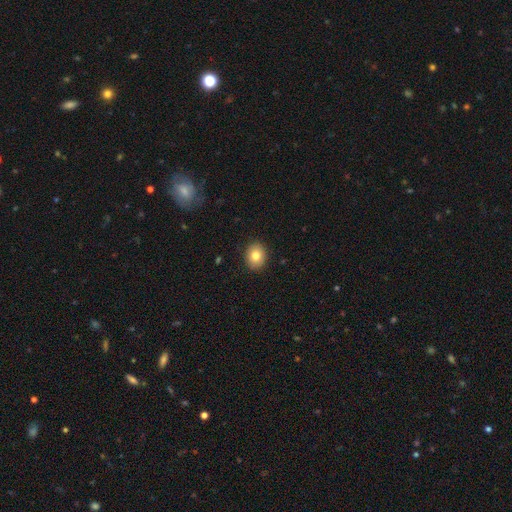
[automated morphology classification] Smooth or featured: smooth — 81% (featured or disk — 10%)
How rounded: round — 53% (in between — 46%)
Merging: none — 90% (minor disturbance — 7%)